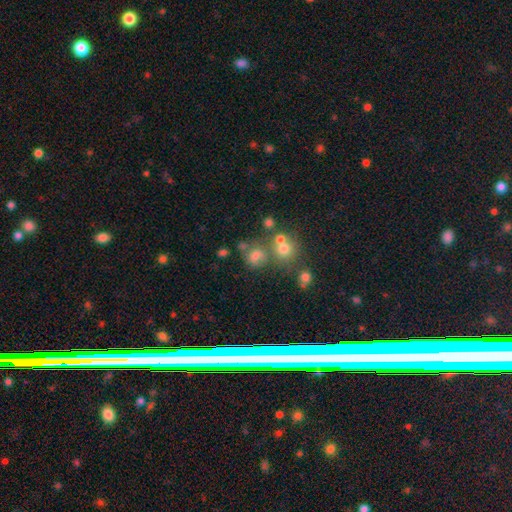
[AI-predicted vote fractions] Overall: smooth (64%). How rounded: round (64%; in between 35%). Merging: none (47%; merger 26%).